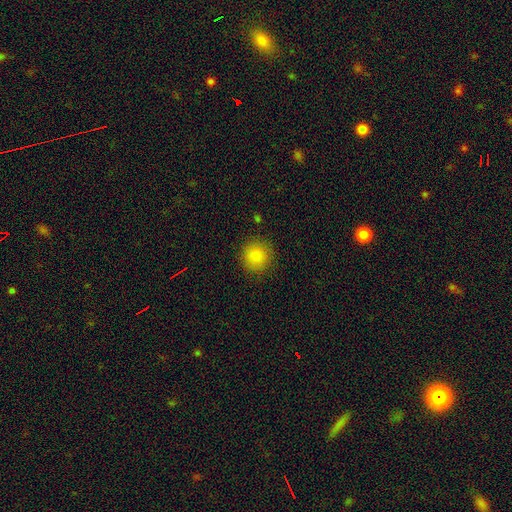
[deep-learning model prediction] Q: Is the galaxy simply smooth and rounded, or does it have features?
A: smooth — 83%.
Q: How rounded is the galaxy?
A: round — 93%.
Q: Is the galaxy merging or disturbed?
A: none — 90%.